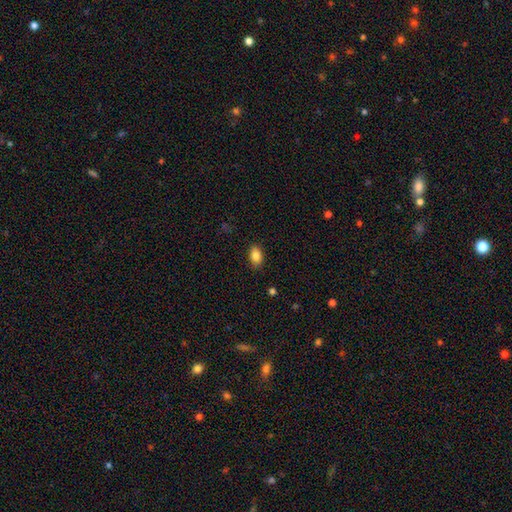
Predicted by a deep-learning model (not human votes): Morphology: type=smooth (86%); roundness=in between (88%); merging=none (87%).